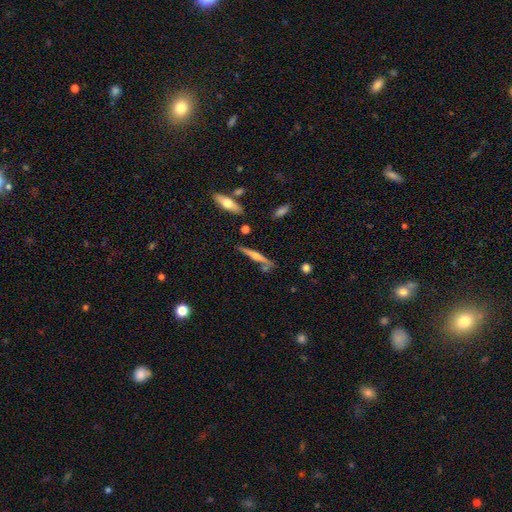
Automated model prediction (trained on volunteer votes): Q: Smooth or featured?
A: featured or disk (57%); runner-up: smooth (36%)
Q: Edge-on disk?
A: yes (95%); runner-up: no (5%)
Q: Edge-on bulge?
A: rounded (82%); runner-up: none (10%)
Q: Merging?
A: none (67%); runner-up: minor disturbance (17%)